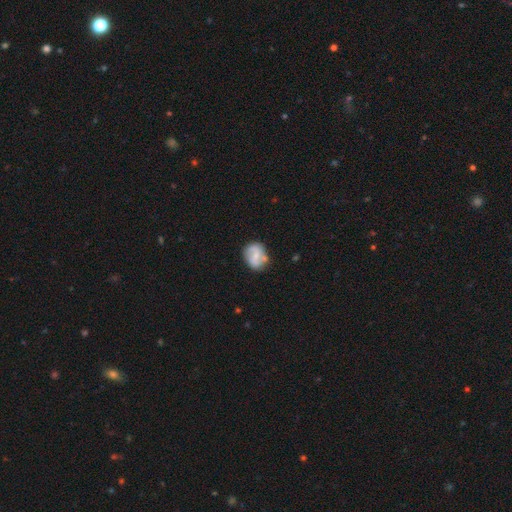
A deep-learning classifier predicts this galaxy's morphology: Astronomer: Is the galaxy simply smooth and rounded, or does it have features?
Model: featured or disk — 53% (runner-up: smooth, 40%).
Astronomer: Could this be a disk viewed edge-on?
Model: no — 96%.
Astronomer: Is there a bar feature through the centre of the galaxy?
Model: weak — 41% (runner-up: no, 36%).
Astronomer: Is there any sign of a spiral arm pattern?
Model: yes — 63%.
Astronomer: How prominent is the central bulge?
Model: small — 50% (runner-up: moderate, 35%).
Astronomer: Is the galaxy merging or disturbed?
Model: none — 66%.